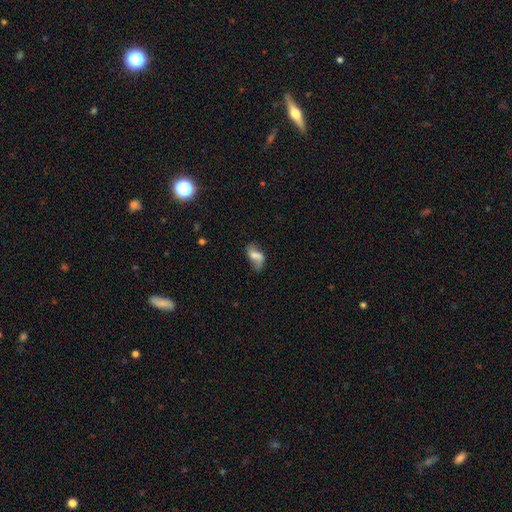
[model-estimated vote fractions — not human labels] The model was most divided on "smooth or featured": smooth: 47%, featured or disk: 43%, star or artifact: 10%. Remaining: merging — none (43%).